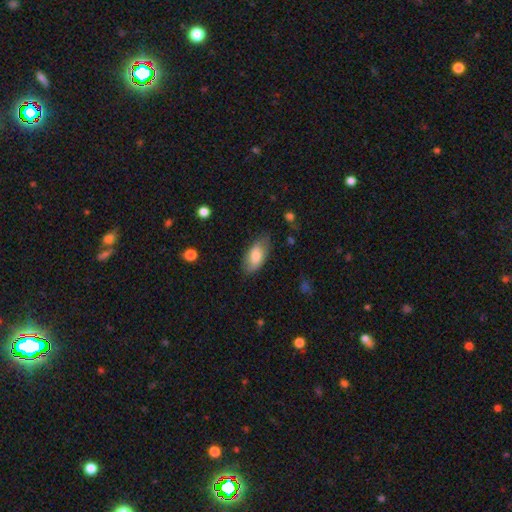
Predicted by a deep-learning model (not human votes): Morphology: type=smooth (78%); roundness=in between (92%); merging=none (72%).